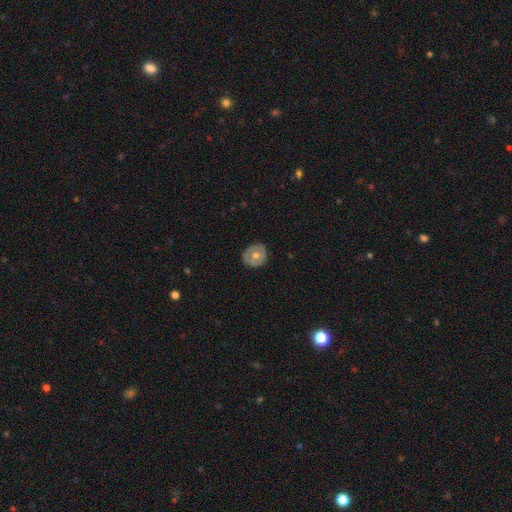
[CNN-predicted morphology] Smooth or featured: smooth — 49% (featured or disk — 45%)
Merging: none — 83% (minor disturbance — 13%)